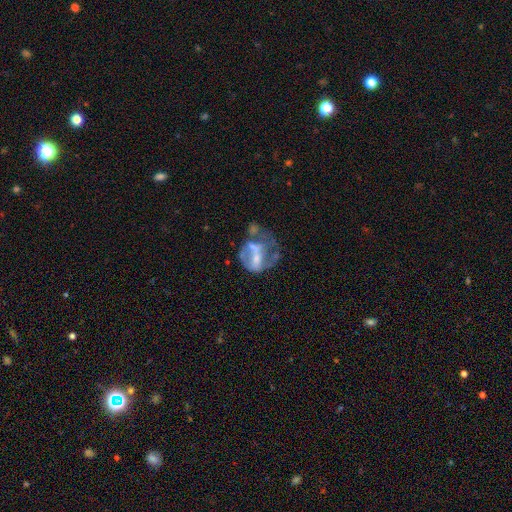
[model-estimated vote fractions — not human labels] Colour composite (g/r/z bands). It shows a featured or disk galaxy (61%) with no bar (56%), no spiral arms (76%) and a moderate central bulge (36%). Merging: major disturbance (37%).